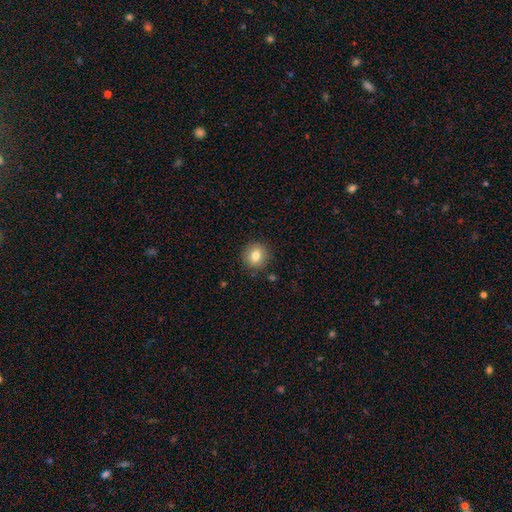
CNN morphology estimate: smooth 81%, featured or disk 10%, star or artifact 10%. Down the decision tree: how rounded — round (85%); merging — none (88%).